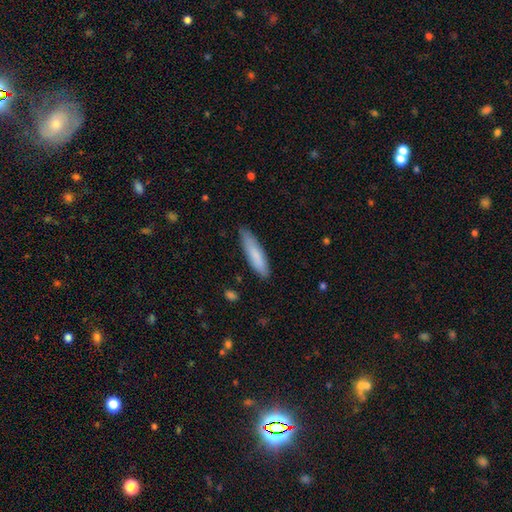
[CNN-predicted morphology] smooth 81%, featured or disk 13%, star or artifact 6%. Down the decision tree: how rounded — cigar-shaped (76%); merging — none (83%).